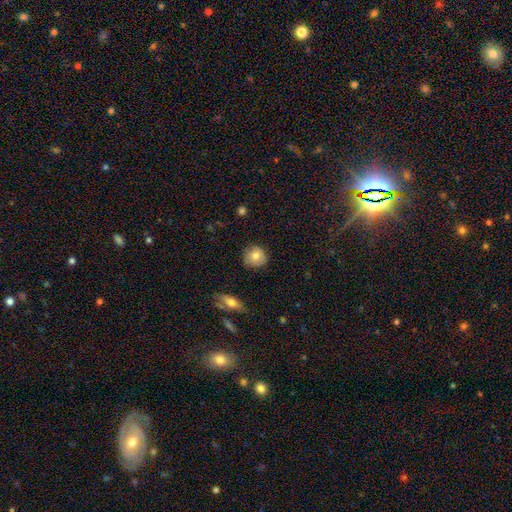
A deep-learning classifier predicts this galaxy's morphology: Smooth or featured? smooth (77%)
How rounded? round (88%)
Merging? none (83%)